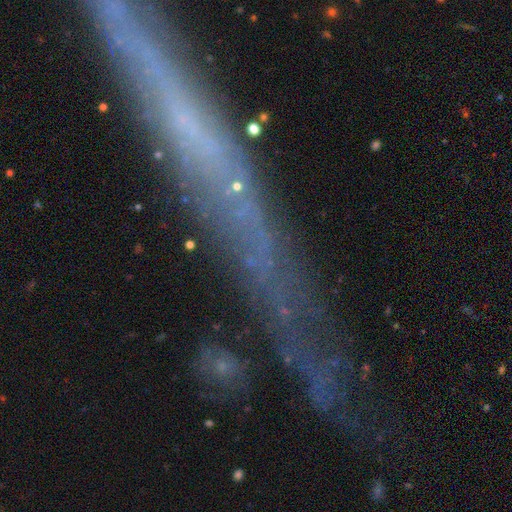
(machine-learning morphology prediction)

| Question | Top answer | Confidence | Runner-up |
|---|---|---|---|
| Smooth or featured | featured or disk | 51% | smooth (29%) |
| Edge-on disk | yes | 72% | no (28%) |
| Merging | none | 66% | minor disturbance (19%) |